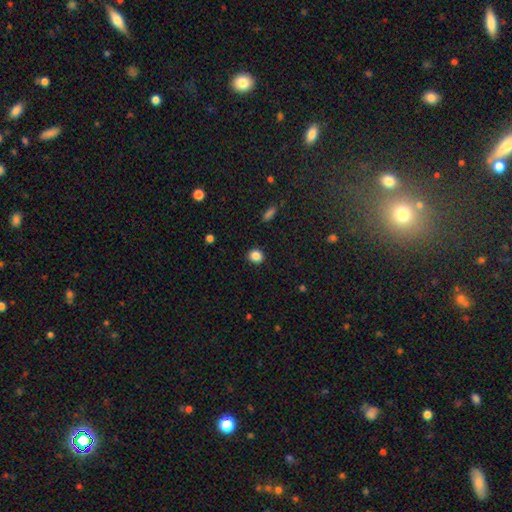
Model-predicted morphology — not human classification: Q: Smooth or featured?
A: smooth (86%); runner-up: star or artifact (10%)
Q: How rounded?
A: round (79%); runner-up: in between (20%)
Q: Merging?
A: none (90%); runner-up: minor disturbance (7%)